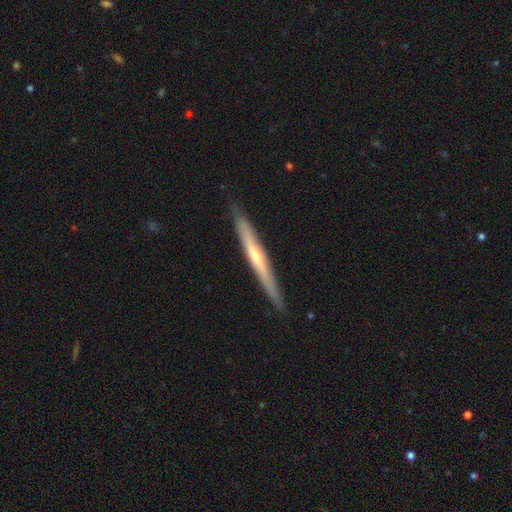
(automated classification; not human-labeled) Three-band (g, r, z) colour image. It shows a featured or disk galaxy (63%) viewed edge-on (96%) with a rounded central bulge (58%). Merging: none (88%).